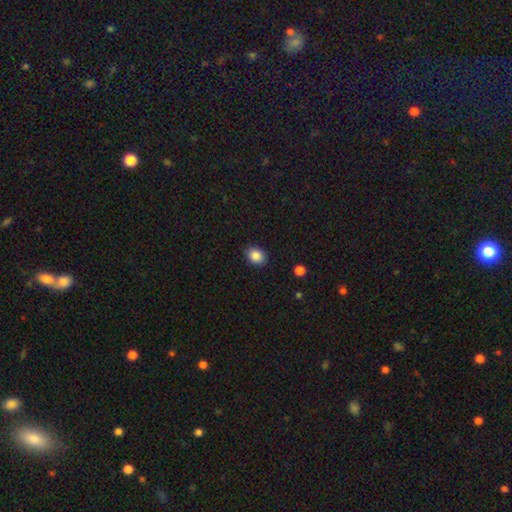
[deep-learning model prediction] smooth 87%, star or artifact 9%, featured or disk 4%. Down the decision tree: how rounded — in between (53%); merging — none (89%).